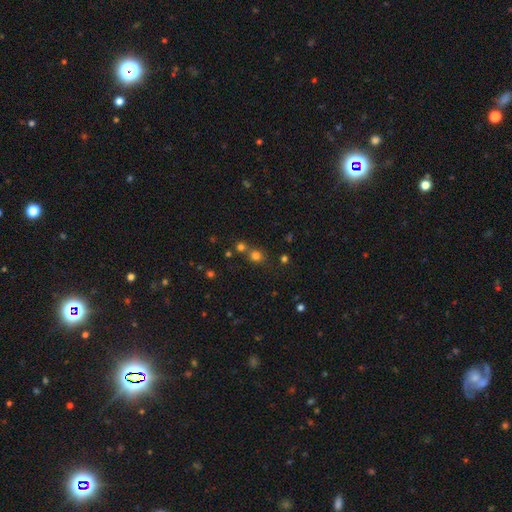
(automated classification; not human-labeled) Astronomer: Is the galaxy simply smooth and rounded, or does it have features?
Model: smooth — 72%.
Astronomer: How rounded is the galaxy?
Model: round — 84%.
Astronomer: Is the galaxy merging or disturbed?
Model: none — 59%.